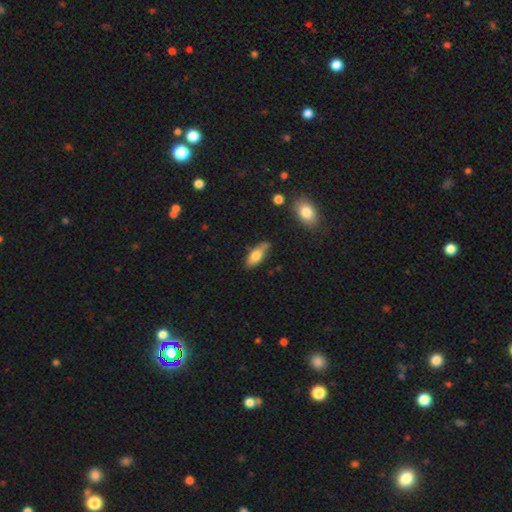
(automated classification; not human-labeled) This is likely a smooth galaxy (72%). How rounded: likely in between (78%). Merging: likely none (61%).